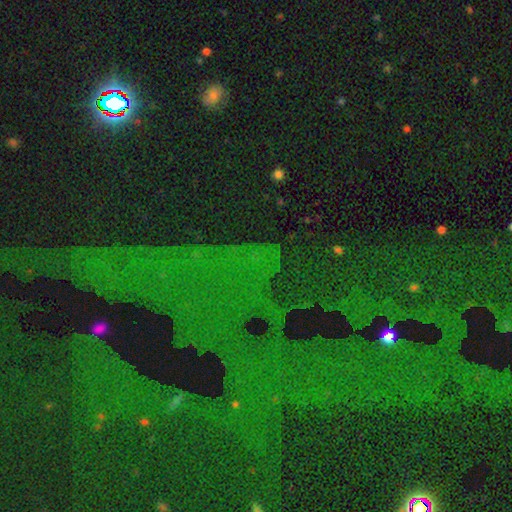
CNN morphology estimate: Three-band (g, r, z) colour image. It shows a star or artifact, not a galaxy (82%).